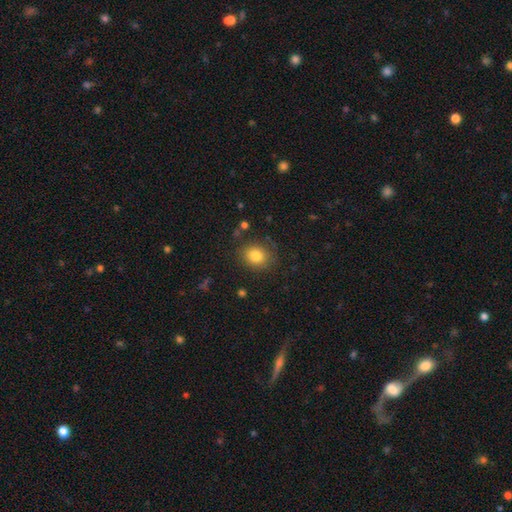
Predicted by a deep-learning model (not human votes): Smooth or featured? smooth (81%)
How rounded? round (66%)
Merging? none (82%)